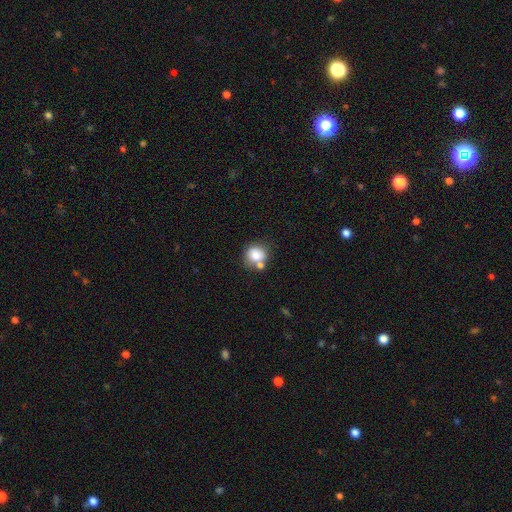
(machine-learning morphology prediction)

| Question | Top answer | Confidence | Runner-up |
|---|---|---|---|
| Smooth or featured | smooth | 79% | featured or disk (11%) |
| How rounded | round | 81% | in between (18%) |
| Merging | none | 54% | merger (28%) |